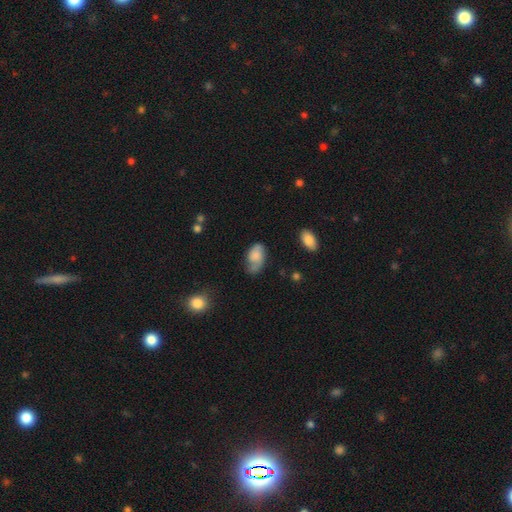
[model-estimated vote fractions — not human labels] This appears to be a smooth galaxy with no disk features (64%) that is in between round and cigar-shaped (91%). Merging: none (44%).